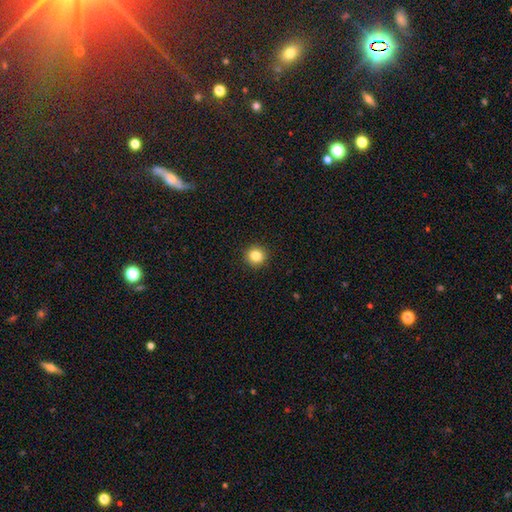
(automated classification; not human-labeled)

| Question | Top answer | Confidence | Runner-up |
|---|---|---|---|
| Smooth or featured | smooth | 84% | star or artifact (11%) |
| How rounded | round | 93% | in between (6%) |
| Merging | none | 93% | minor disturbance (5%) |